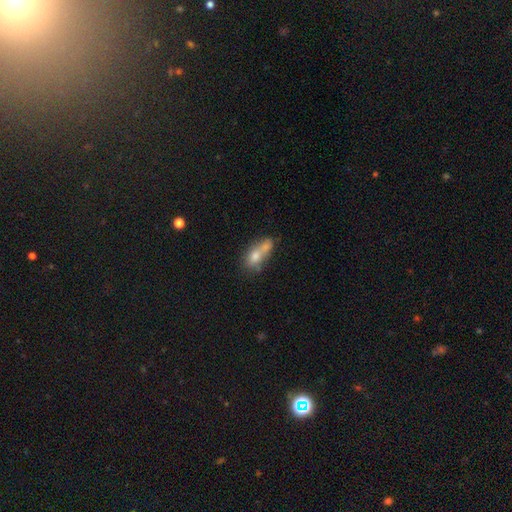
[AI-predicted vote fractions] Morphology: type=smooth (63%); roundness=in between (70%); merging=merger (49%).